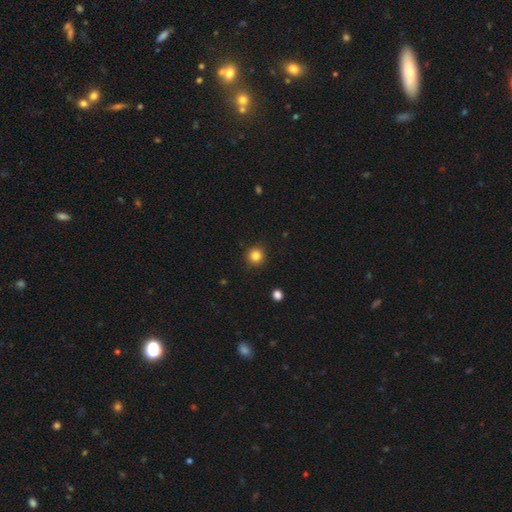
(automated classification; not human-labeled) This appears to be a smooth galaxy with no disk features (83%) that is round (94%). Merging: none (91%).